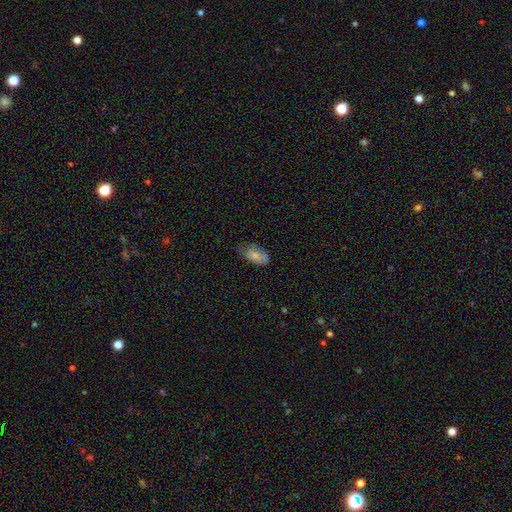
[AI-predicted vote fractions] Smooth or featured? Predicted: smooth (p=0.76). How rounded? Predicted: in between (p=0.93). Merging? Predicted: none (p=0.51).